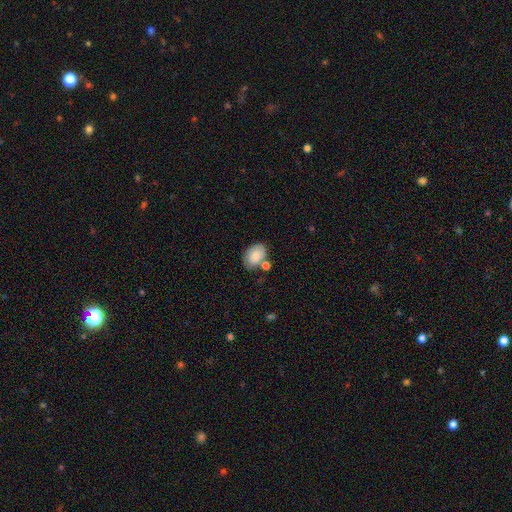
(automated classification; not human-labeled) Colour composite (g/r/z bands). It shows a smooth galaxy with no disk features (84%) that is in between round and cigar-shaped (83%). Merging: none (63%).